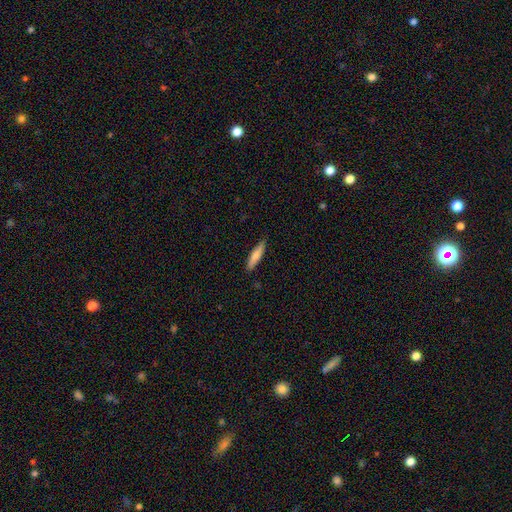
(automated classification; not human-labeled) The model was most divided on "smooth or featured": smooth: 72%, featured or disk: 22%, star or artifact: 5%. More confident: merging — none (87%); how rounded — cigar-shaped (81%).